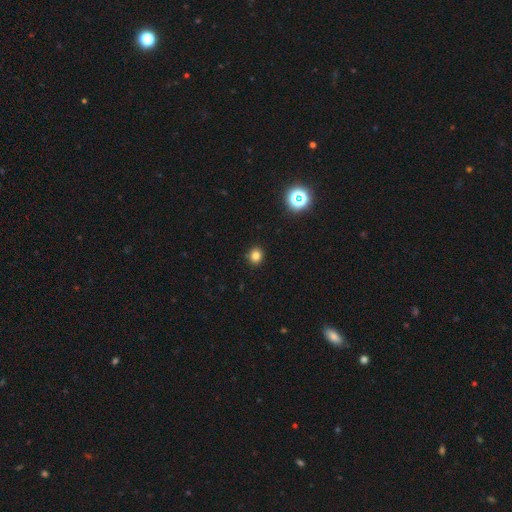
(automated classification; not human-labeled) A smooth galaxy with no disk features (80%) that is round (79%).

Vote fractions:
- Smooth or featured? smooth: 80% / star or artifact: 15% / featured or disk: 6%
- How rounded? round: 79% / in between: 20% / cigar-shaped: 1%
- Merging? none: 90% / minor disturbance: 7% / major disturbance: 2% / merger: 1%